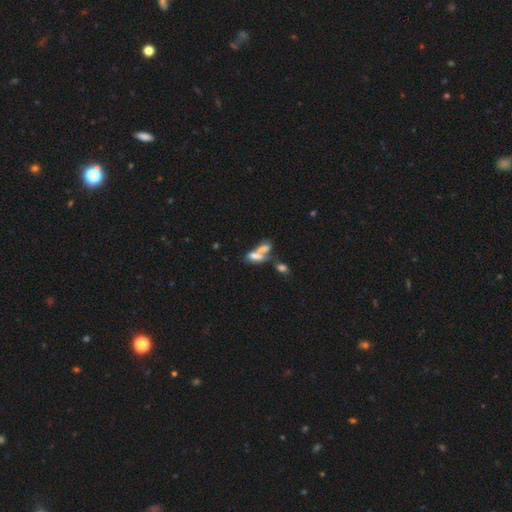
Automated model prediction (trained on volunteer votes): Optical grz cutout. It shows a smooth galaxy with no disk features (63%) that is in between round and cigar-shaped (79%). Merging: merger (63%).